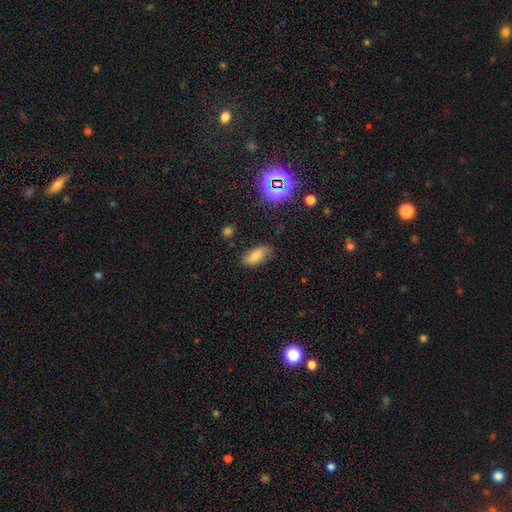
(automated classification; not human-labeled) Smooth or featured: smooth — 69% (featured or disk — 18%)
How rounded: in between — 87% (cigar-shaped — 8%)
Merging: none — 74% (minor disturbance — 19%)